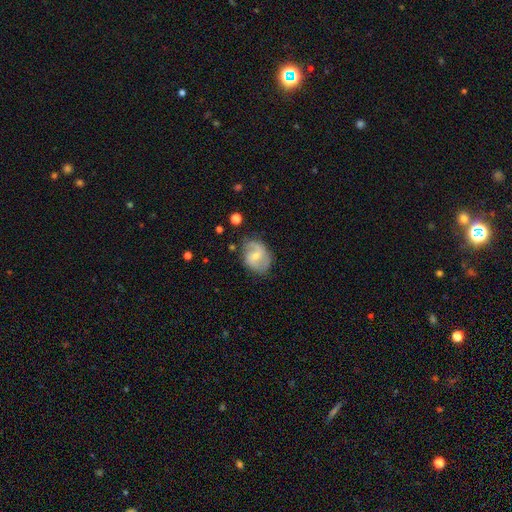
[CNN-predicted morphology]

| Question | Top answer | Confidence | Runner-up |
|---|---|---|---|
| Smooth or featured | featured or disk | 66% | smooth (27%) |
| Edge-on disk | no | 97% | yes (3%) |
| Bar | weak | 51% | no (35%) |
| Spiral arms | yes | 88% | no (12%) |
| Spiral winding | medium | 46% | loose (34%) |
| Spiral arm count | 2 | 80% | can't tell (10%) |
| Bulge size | small | 52% | moderate (42%) |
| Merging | none | 67% | minor disturbance (23%) |